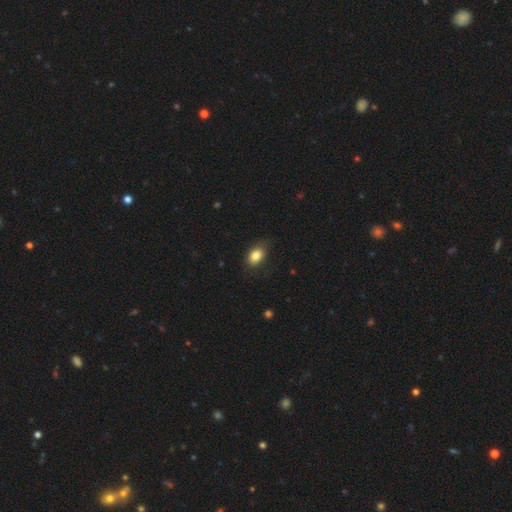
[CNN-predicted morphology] Smooth or featured? smooth (84%)
How rounded? in between (80%)
Merging? none (76%)